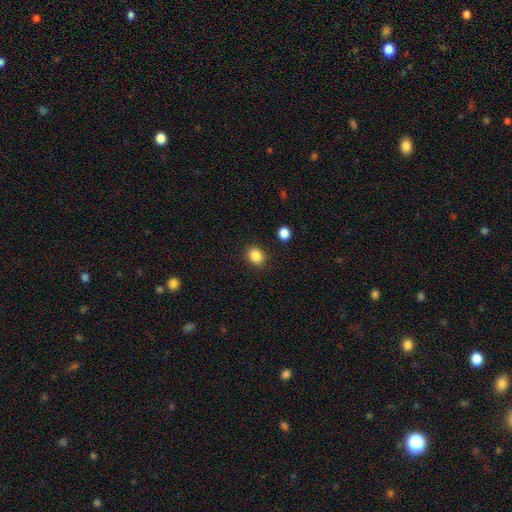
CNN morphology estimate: Smooth or featured? smooth (86%)
How rounded? round (61%)
Merging? none (88%)